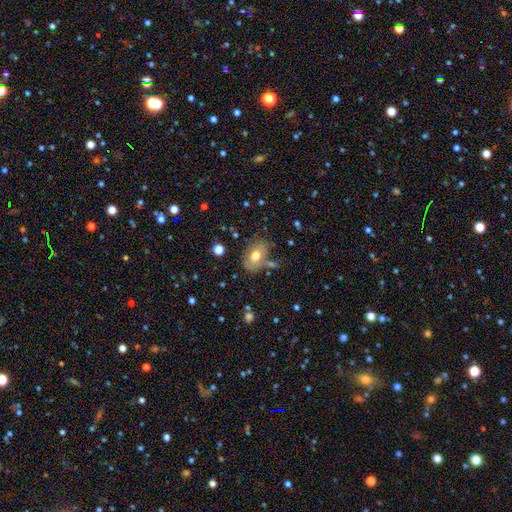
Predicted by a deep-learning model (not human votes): Overall: smooth (64%; featured or disk 27%). How rounded: in between (85%). Merging: none (64%).